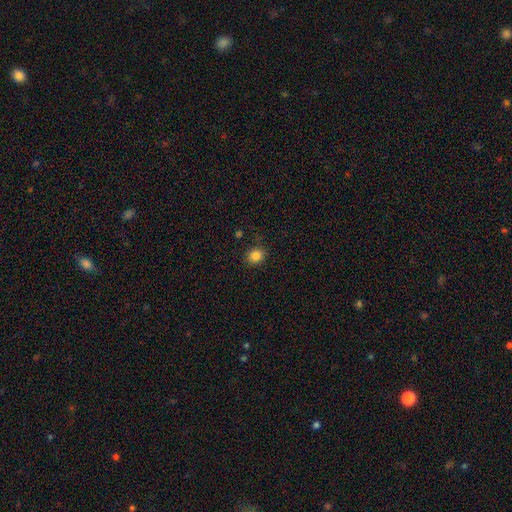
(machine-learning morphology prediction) smooth-or-featured: smooth: 84% | star or artifact: 11% | featured or disk: 4%
  how-rounded: round: 70% | in between: 29% | cigar-shaped: 1%
  merging: none: 84% | minor disturbance: 11% | major disturbance: 3% | merger: 2%